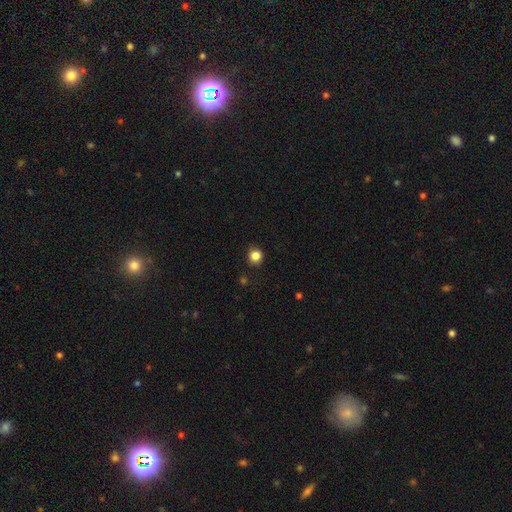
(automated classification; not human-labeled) Overall: smooth (84%). How rounded: round (90%). Merging: none (88%).